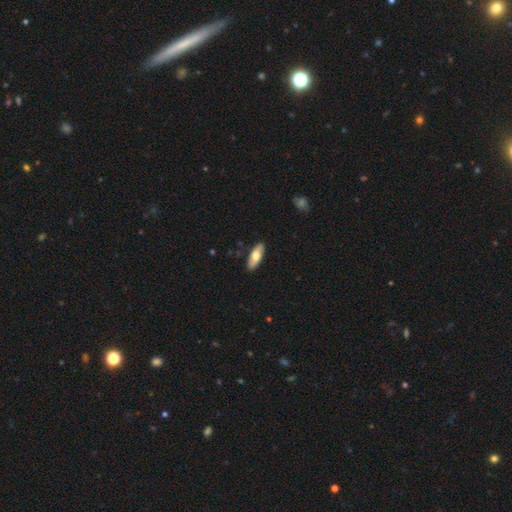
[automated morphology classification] Smooth or featured? smooth (66%)
How rounded? in between (69%)
Merging? none (89%)